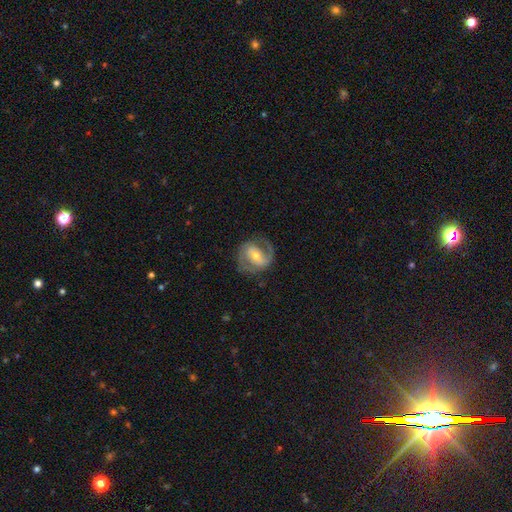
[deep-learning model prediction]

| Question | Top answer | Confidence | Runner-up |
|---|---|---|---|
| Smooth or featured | featured or disk | 82% | smooth (12%) |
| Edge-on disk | no | 97% | yes (3%) |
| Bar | weak | 42% | no (33%) |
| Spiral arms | yes | 93% | no (7%) |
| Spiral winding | medium | 50% | tight (30%) |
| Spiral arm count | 2 | 84% | can't tell (6%) |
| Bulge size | moderate | 55% | small (40%) |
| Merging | none | 74% | minor disturbance (15%) |